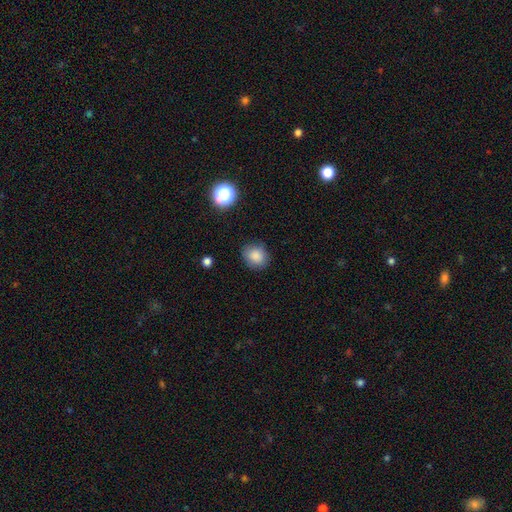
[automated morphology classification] smooth-or-featured: smooth: 85% | star or artifact: 10% | featured or disk: 5%
  how-rounded: round: 67% | in between: 32% | cigar-shaped: 1%
  merging: none: 82% | minor disturbance: 13% | major disturbance: 3% | merger: 1%